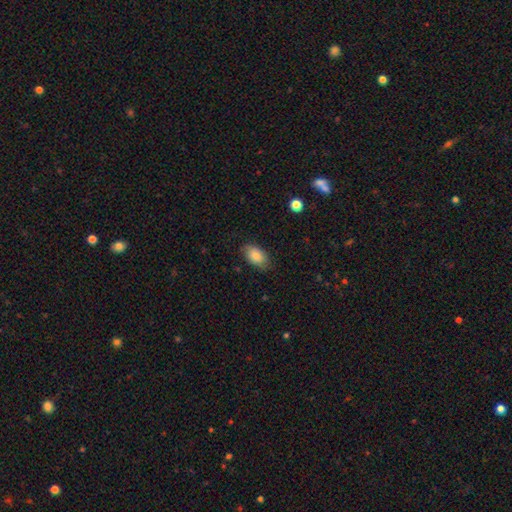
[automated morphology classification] This is clearly a smooth galaxy (85%). How rounded: clearly in between (92%). Merging: clearly none (81%).